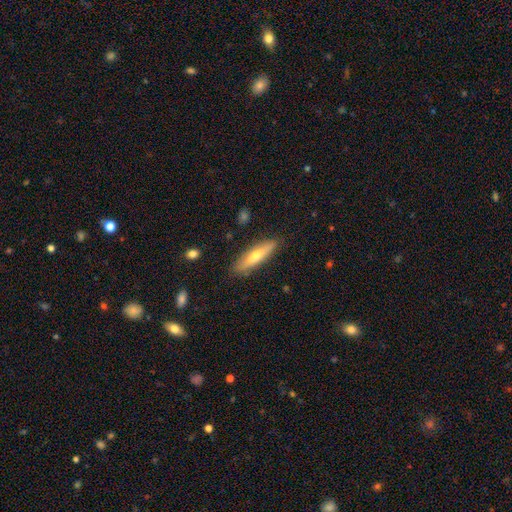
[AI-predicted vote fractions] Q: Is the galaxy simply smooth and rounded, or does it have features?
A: smooth — 58%.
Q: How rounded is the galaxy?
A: cigar-shaped — 74%.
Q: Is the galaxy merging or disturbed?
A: none — 86%.